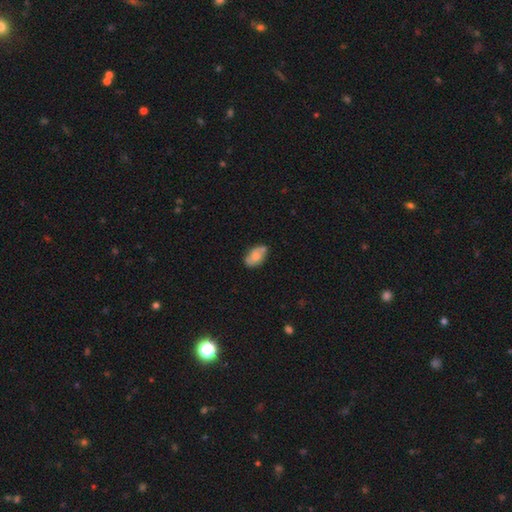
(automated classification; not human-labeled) The model was most divided on "smooth or featured": smooth: 53%, featured or disk: 40%, star or artifact: 7%. More confident: how rounded — in between (90%); merging — none (69%).